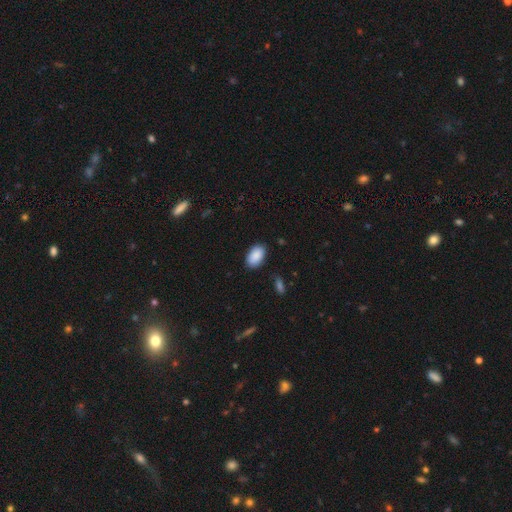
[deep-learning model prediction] smooth 90%, star or artifact 6%, featured or disk 3%. Down the decision tree: how rounded — in between (93%); merging — none (86%).